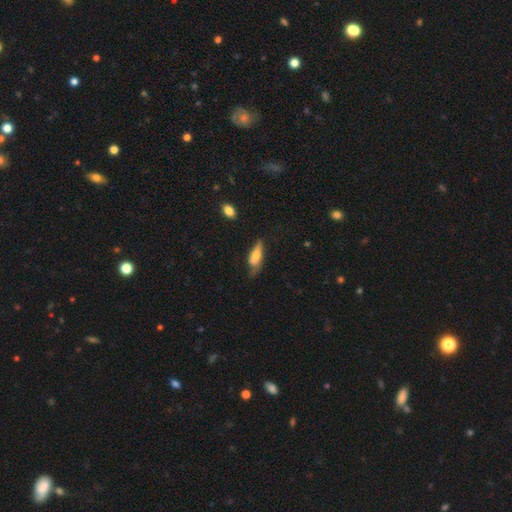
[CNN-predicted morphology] Smooth or featured? Predicted: smooth (p=0.59). How rounded? Predicted: in between (p=0.58). Merging? Predicted: none (p=0.43).